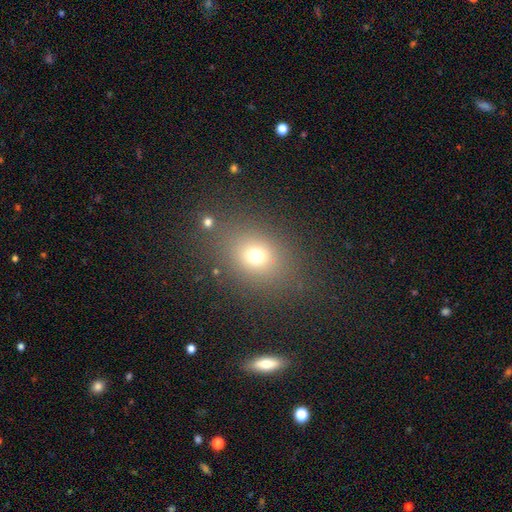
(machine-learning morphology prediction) Overall: smooth (70%). How rounded: in between (52%; round 47%). Merging: none (79%).